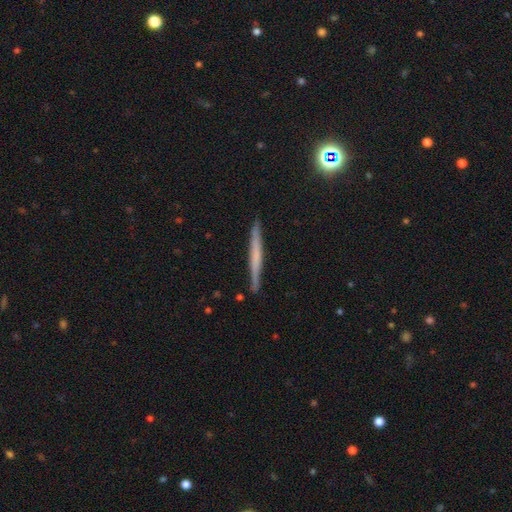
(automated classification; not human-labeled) smooth_or_featured: featured or disk (p=0.51) [alt: smooth p=0.41]
disk_edge_on: yes (p=0.97) [alt: no p=0.03]
merging: none (p=0.90) [alt: minor disturbance p=0.07]